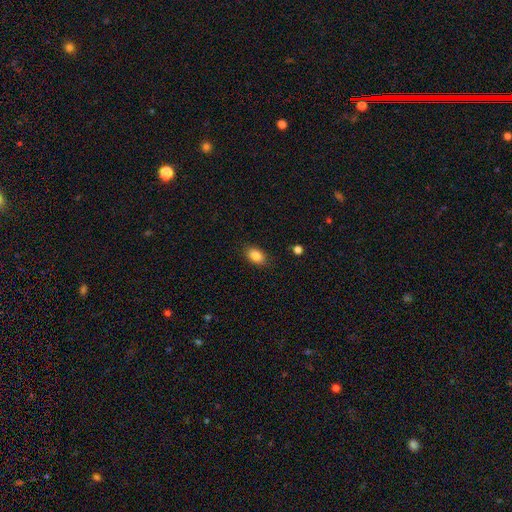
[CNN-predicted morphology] Smooth or featured? smooth (86%)
How rounded? in between (86%)
Merging? none (87%)